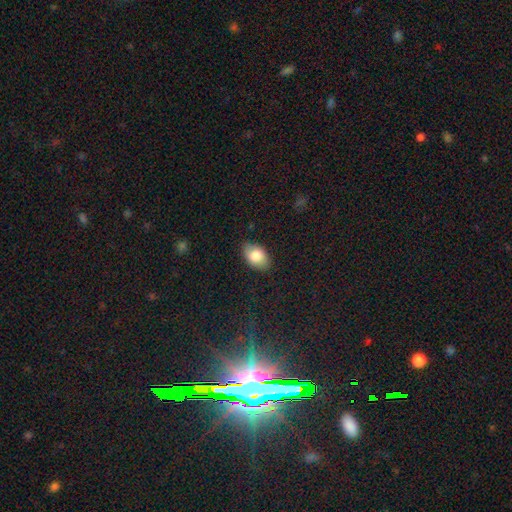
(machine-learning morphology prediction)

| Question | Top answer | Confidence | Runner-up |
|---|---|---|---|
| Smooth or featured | smooth | 82% | featured or disk (11%) |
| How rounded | in between | 89% | round (9%) |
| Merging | none | 85% | minor disturbance (12%) |